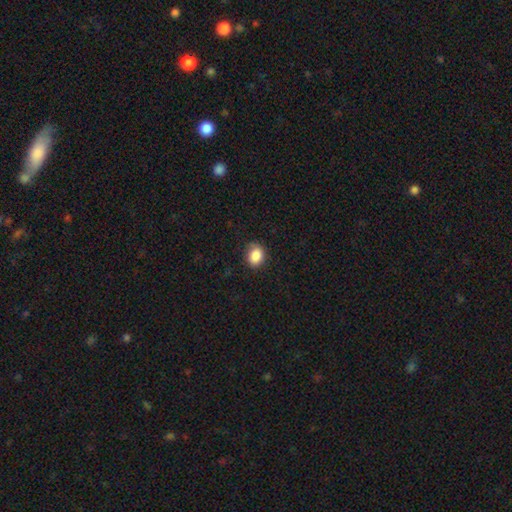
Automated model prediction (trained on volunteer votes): smooth-or-featured: smooth: 87% | star or artifact: 9% | featured or disk: 4%
  how-rounded: in between: 52% | round: 47% | cigar-shaped: 1%
  merging: none: 77% | minor disturbance: 18% | major disturbance: 4% | merger: 1%